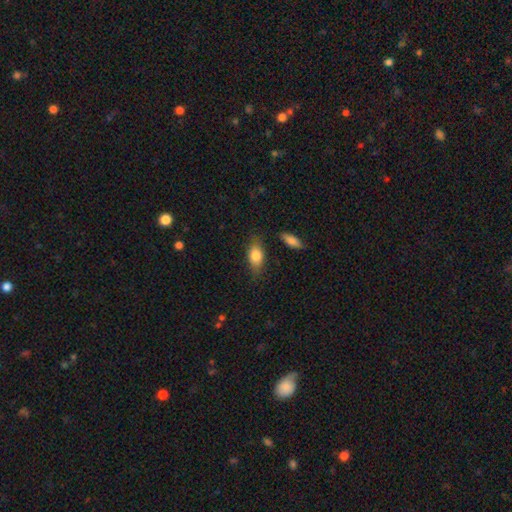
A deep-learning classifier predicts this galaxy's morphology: Q: Smooth or featured?
A: smooth (80%); runner-up: featured or disk (13%)
Q: How rounded?
A: in between (84%); runner-up: cigar-shaped (9%)
Q: Merging?
A: none (76%); runner-up: minor disturbance (17%)